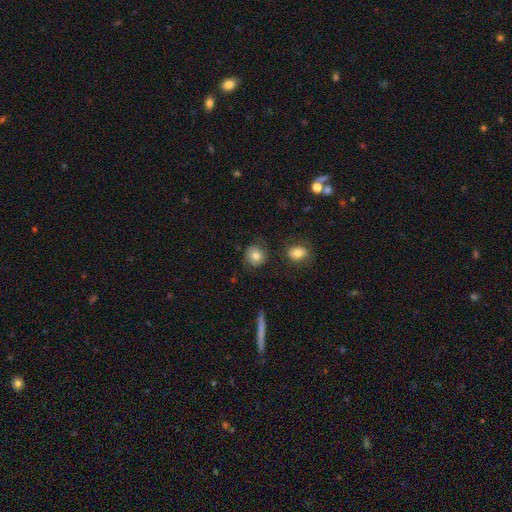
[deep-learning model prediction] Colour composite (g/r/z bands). It shows a smooth galaxy with no disk features (74%) that is round (85%). Merging: none (72%).